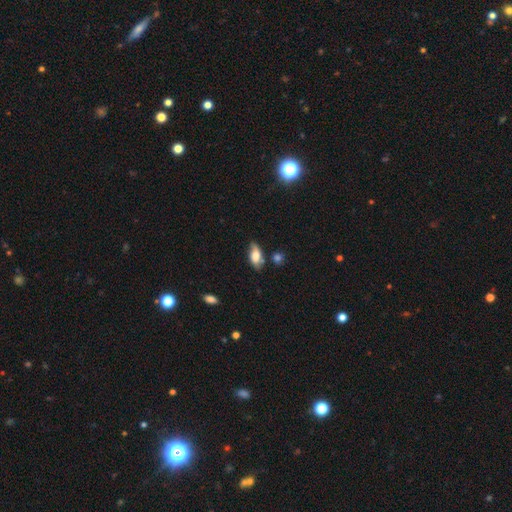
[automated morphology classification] Q: Smooth or featured?
A: smooth (65%); runner-up: featured or disk (27%)
Q: How rounded?
A: in between (86%); runner-up: cigar-shaped (10%)
Q: Merging?
A: none (56%); runner-up: minor disturbance (28%)